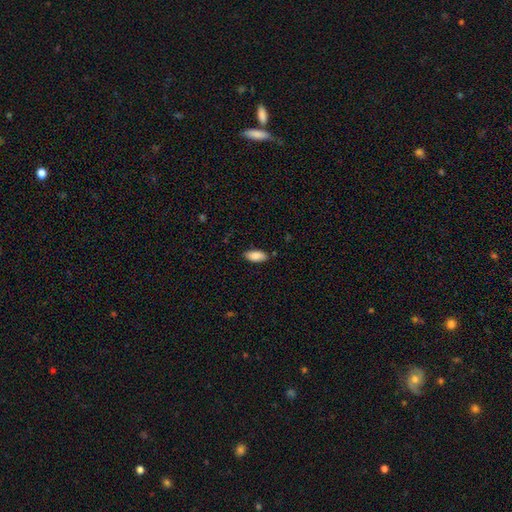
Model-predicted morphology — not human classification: This appears to be a smooth galaxy with no disk features (87%) that is in between round and cigar-shaped (88%). Merging: none (83%).